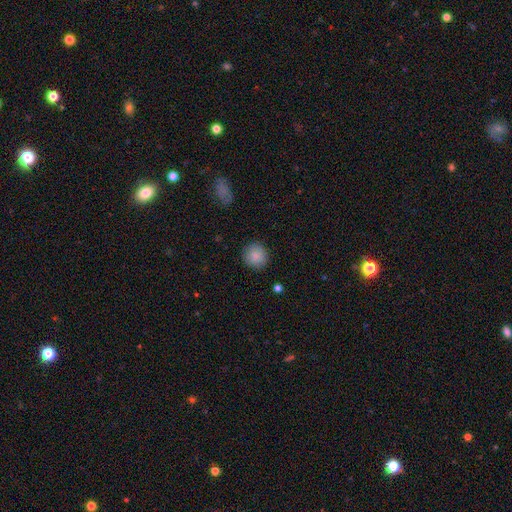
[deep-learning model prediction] Overall: smooth (87%). How rounded: round (93%). Merging: none (90%).